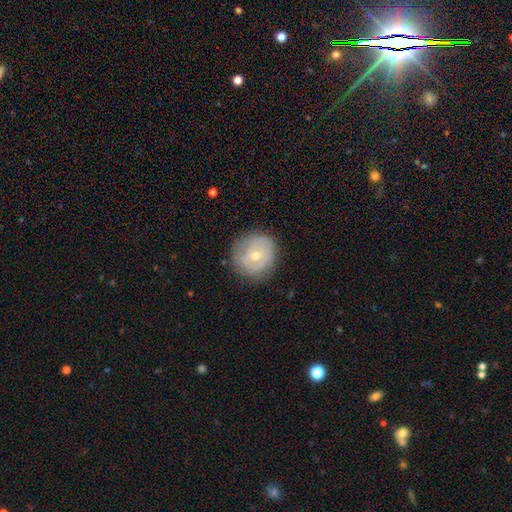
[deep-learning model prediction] Q: Smooth or featured?
A: featured or disk (56%); runner-up: smooth (36%)
Q: Edge-on disk?
A: no (96%); runner-up: yes (4%)
Q: Bar?
A: no (70%); runner-up: weak (24%)
Q: Spiral arms?
A: yes (57%); runner-up: no (43%)
Q: Bulge size?
A: moderate (52%); runner-up: small (45%)
Q: Merging?
A: none (78%); runner-up: minor disturbance (16%)